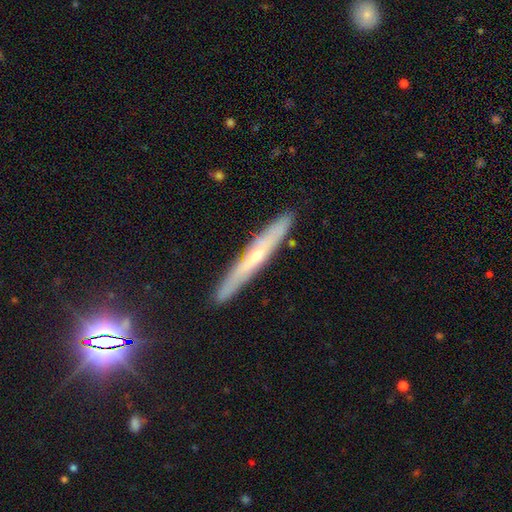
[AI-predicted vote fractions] Smooth or featured: featured or disk — 60% (smooth — 31%)
Edge-on disk: yes — 92% (no — 8%)
Edge-on bulge: rounded — 56% (none — 41%)
Merging: none — 90% (minor disturbance — 8%)